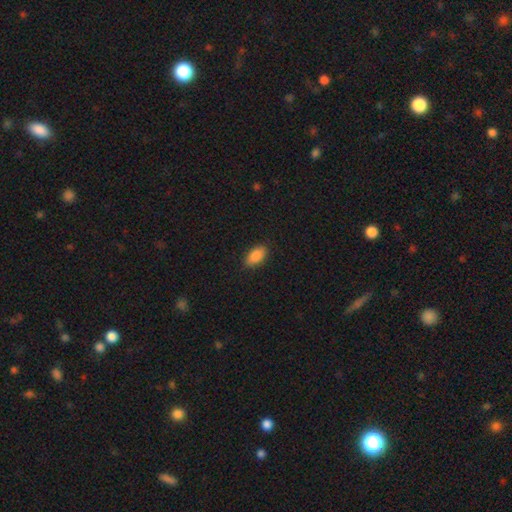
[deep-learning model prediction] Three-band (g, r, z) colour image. It shows a smooth galaxy with no disk features (88%) that is in between round and cigar-shaped (92%). Merging: none (87%).